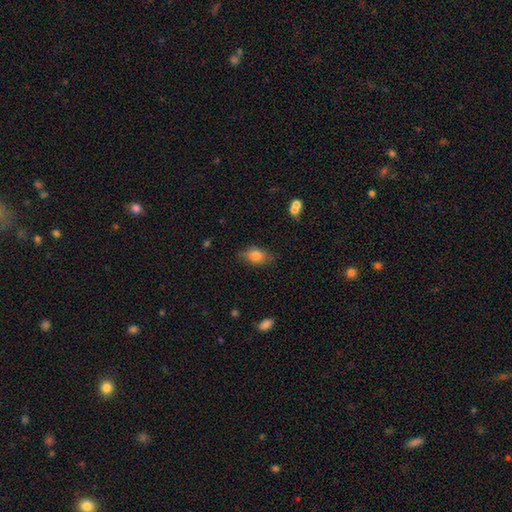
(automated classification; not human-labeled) smooth_or_featured: smooth (p=0.78) [alt: featured or disk p=0.14]
how_rounded: in between (p=0.82) [alt: round p=0.14]
merging: none (p=0.74) [alt: minor disturbance p=0.20]